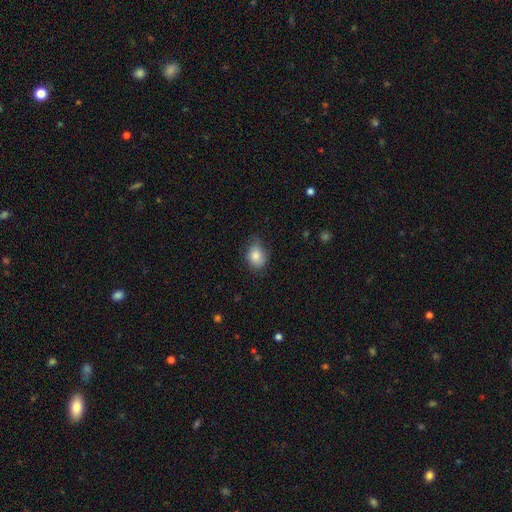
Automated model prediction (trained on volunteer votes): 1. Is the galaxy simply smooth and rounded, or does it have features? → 82% smooth, 9% featured or disk, 8% star or artifact.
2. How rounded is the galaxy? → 62% in between, 37% round, 1% cigar-shaped.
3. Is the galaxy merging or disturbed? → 63% none, 30% minor disturbance, 6% major disturbance, 1% merger.